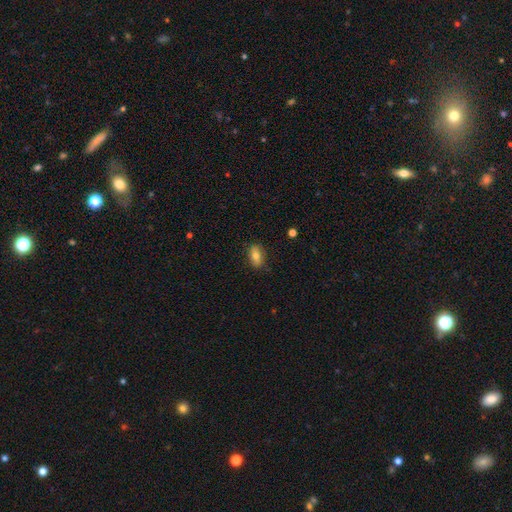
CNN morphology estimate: Q: Smooth or featured?
A: smooth (75%); runner-up: featured or disk (16%)
Q: How rounded?
A: in between (85%); runner-up: round (10%)
Q: Merging?
A: none (83%); runner-up: minor disturbance (13%)